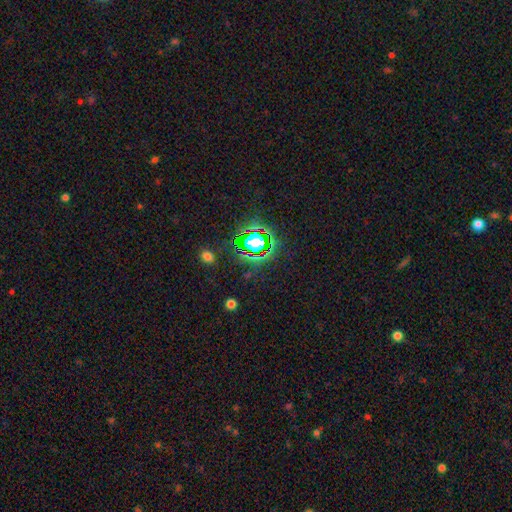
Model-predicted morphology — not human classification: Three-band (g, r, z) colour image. It shows a star or artifact, not a galaxy (77%).